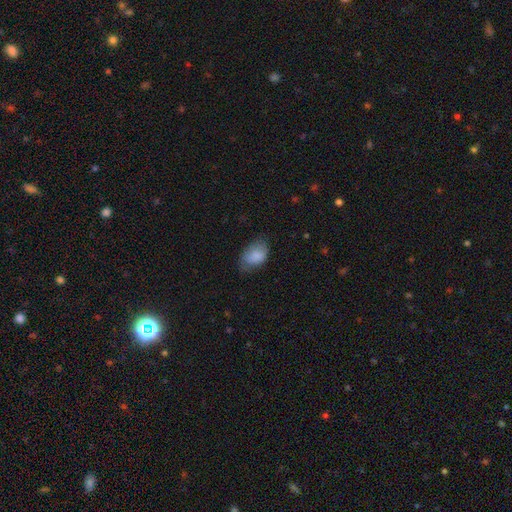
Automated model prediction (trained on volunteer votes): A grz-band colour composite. It shows a smooth galaxy with no disk features (83%) that is in between round and cigar-shaped (88%). Merging: none (57%).